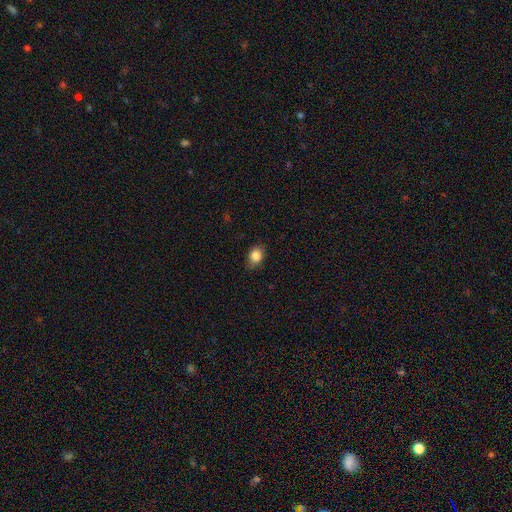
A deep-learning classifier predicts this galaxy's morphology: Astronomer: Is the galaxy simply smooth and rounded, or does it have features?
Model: smooth — 85%.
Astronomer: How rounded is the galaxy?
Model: in between — 61% (runner-up: round, 38%).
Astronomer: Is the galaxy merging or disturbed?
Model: none — 81%.